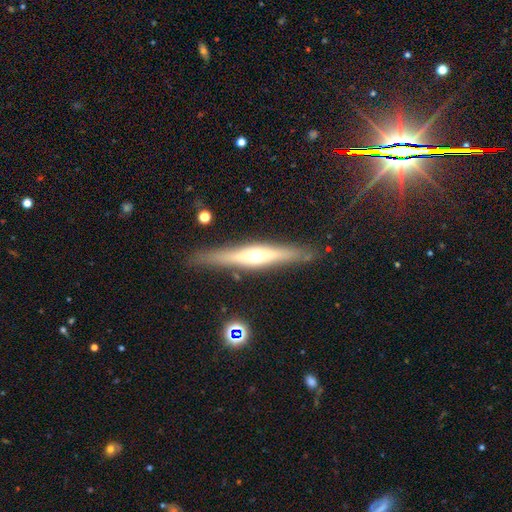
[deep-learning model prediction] A featured or disk galaxy (66%) viewed edge-on (93%) with a rounded central bulge (89%). Merging: none (85%).